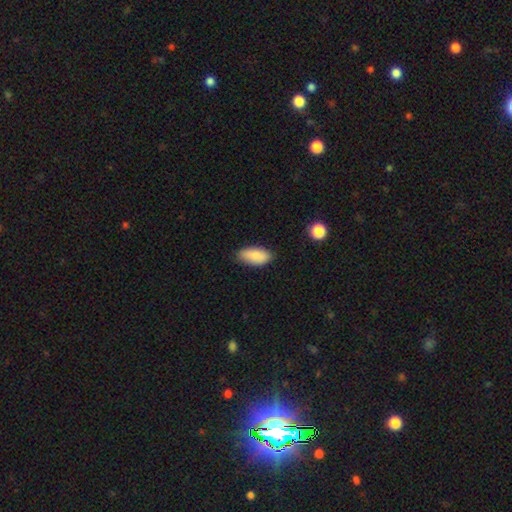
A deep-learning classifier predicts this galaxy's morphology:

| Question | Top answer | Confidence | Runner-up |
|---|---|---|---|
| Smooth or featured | smooth | 86% | featured or disk (7%) |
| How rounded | in between | 92% | cigar-shaped (5%) |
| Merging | none | 81% | minor disturbance (15%) |